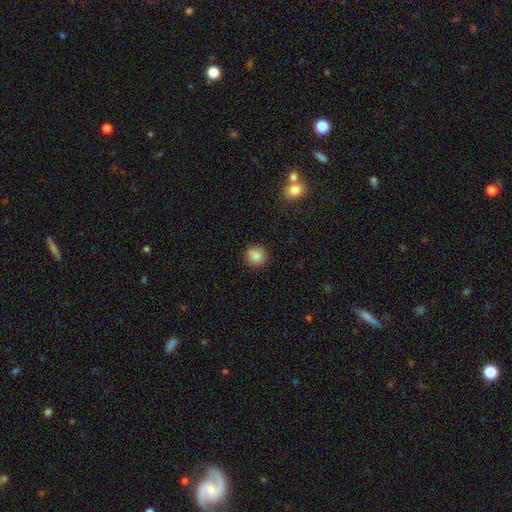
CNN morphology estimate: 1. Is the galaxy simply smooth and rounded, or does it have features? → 85% smooth, 10% star or artifact, 5% featured or disk.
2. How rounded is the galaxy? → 90% round, 9% in between, 1% cigar-shaped.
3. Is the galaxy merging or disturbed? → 83% none, 10% minor disturbance, 4% merger, 2% major disturbance.